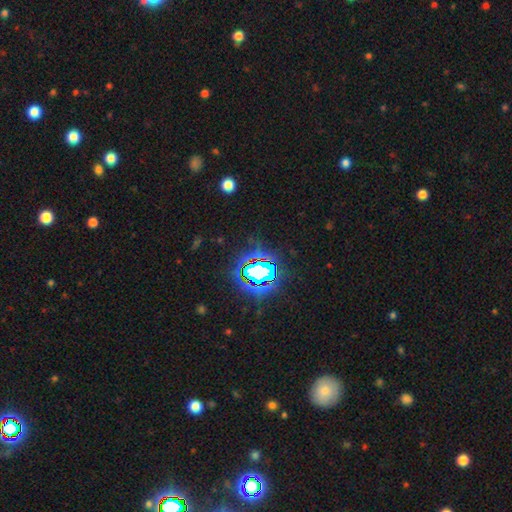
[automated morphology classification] type=star or artifact (82%).